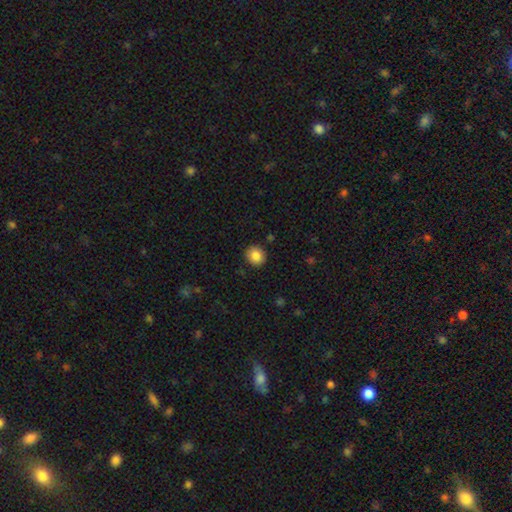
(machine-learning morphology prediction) This appears to be a smooth galaxy with no disk features (86%) that is round (87%). Merging: none (90%).